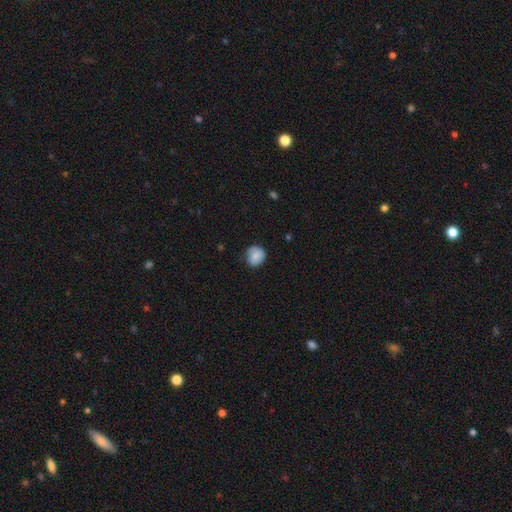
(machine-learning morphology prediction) Q: Smooth or featured?
A: smooth (81%); runner-up: featured or disk (11%)
Q: How rounded?
A: round (80%); runner-up: in between (19%)
Q: Merging?
A: none (67%); runner-up: minor disturbance (27%)